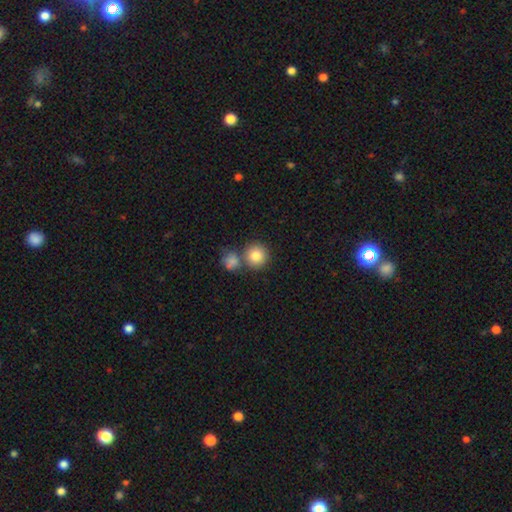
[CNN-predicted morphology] smooth-or-featured: smooth: 82% | star or artifact: 10% | featured or disk: 8%
  how-rounded: round: 90% | in between: 9% | cigar-shaped: 1%
  merging: none: 64% | merger: 24% | minor disturbance: 9% | major disturbance: 3%